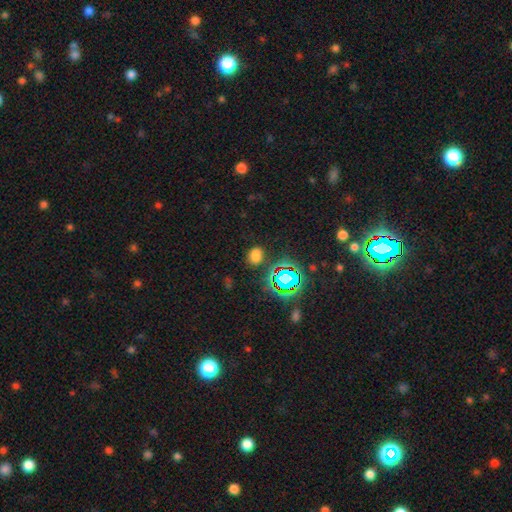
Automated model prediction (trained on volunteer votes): Smooth or featured? smooth (65%)
How rounded? in between (58%)
Merging? none (79%)